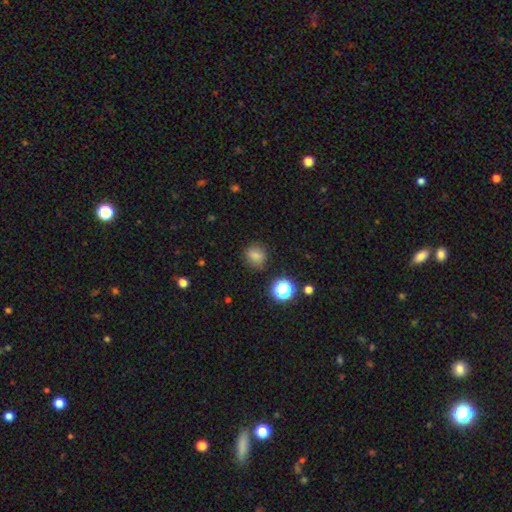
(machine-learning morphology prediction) smooth 77%, star or artifact 16%, featured or disk 7%. Down the decision tree: how rounded — round (73%); merging — none (82%).